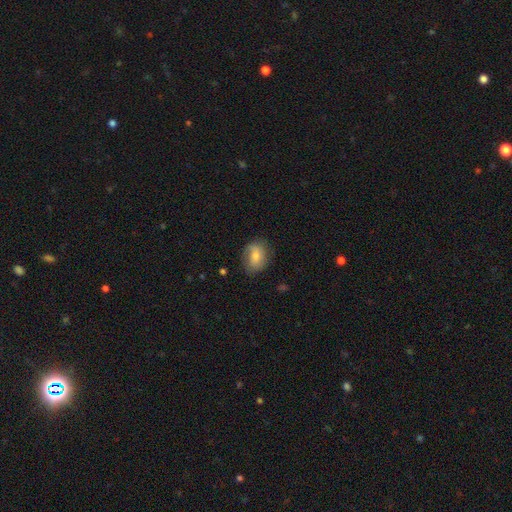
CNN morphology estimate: The model was most divided on "how rounded": in between: 63%, round: 36%, cigar-shaped: 1%. More confident: merging — none (71%); smooth or featured — smooth (67%).